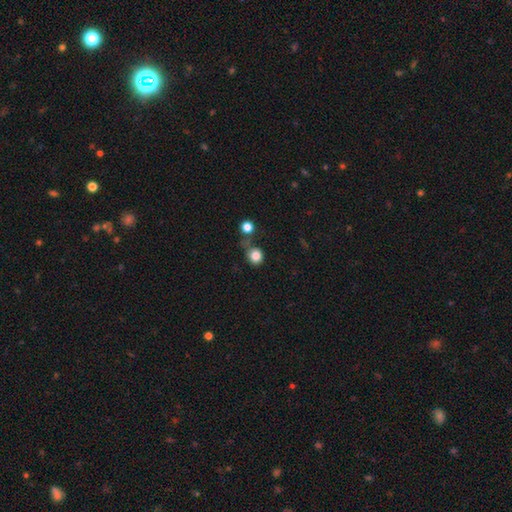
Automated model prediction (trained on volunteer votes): A smooth galaxy with no disk features (83%) that is round (85%). Merging: none (53%).